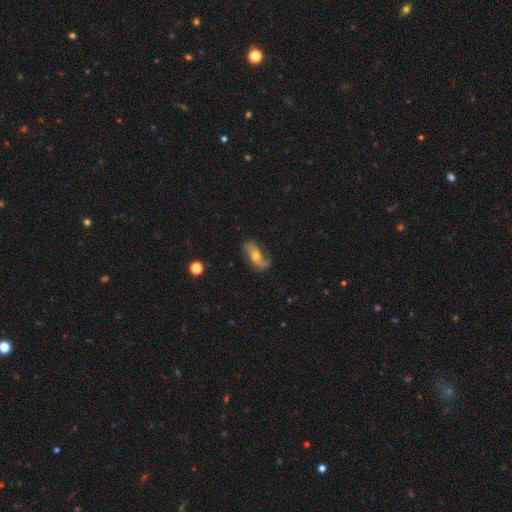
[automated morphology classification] Smooth or featured? featured or disk (74%)
Edge-on disk? no (92%)
Bar? no (54%)
Spiral arms? yes (92%)
Spiral winding? loose (59%)
Spiral arm count? 2 (85%)
Bulge size? moderate (57%)
Merging? none (72%)